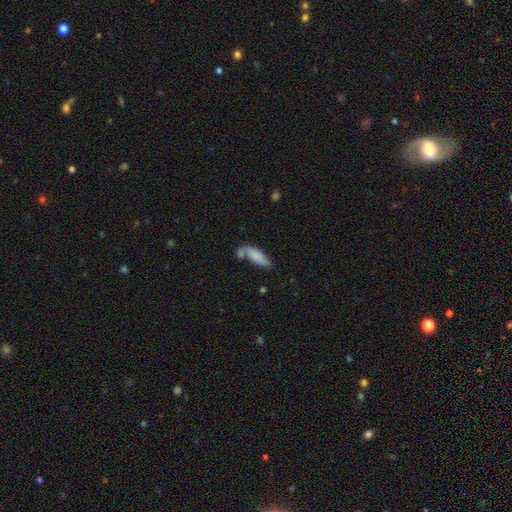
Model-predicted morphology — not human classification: Q: Smooth or featured?
A: smooth (78%); runner-up: featured or disk (16%)
Q: How rounded?
A: in between (55%); runner-up: cigar-shaped (43%)
Q: Merging?
A: none (52%); runner-up: merger (22%)